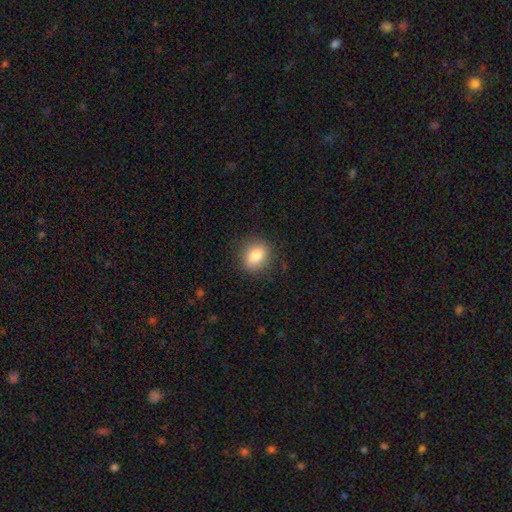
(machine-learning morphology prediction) A smooth galaxy with no disk features (84%) that is round (51%). Merging: none (85%).